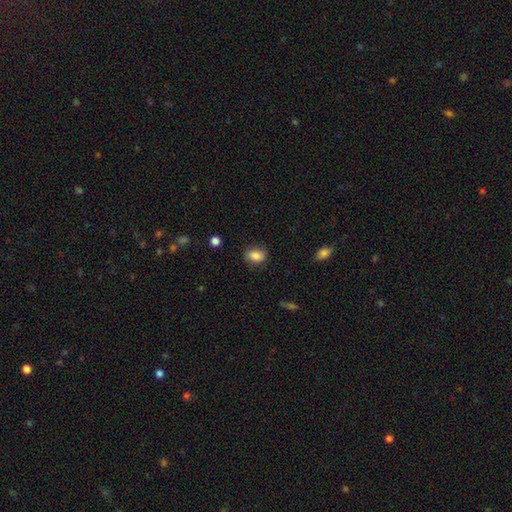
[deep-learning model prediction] Smooth or featured? smooth (87%)
How rounded? in between (76%)
Merging? none (83%)